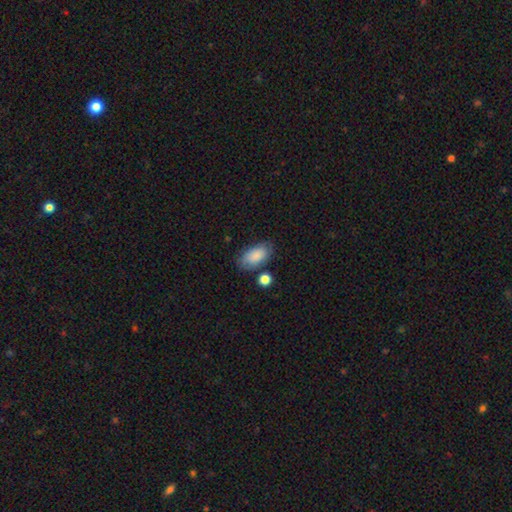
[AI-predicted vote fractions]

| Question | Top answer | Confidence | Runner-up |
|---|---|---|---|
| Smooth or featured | smooth | 84% | featured or disk (9%) |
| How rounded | in between | 93% | round (4%) |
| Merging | none | 69% | minor disturbance (19%) |